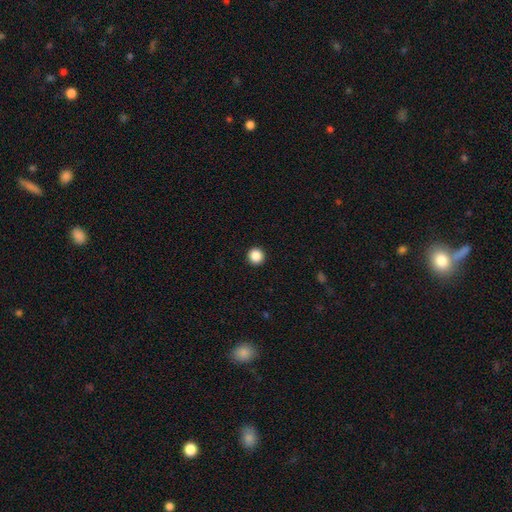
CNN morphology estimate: smooth_or_featured: smooth (p=0.88) [alt: star or artifact p=0.10]
how_rounded: round (p=0.95) [alt: in between p=0.04]
merging: none (p=0.93) [alt: minor disturbance p=0.04]